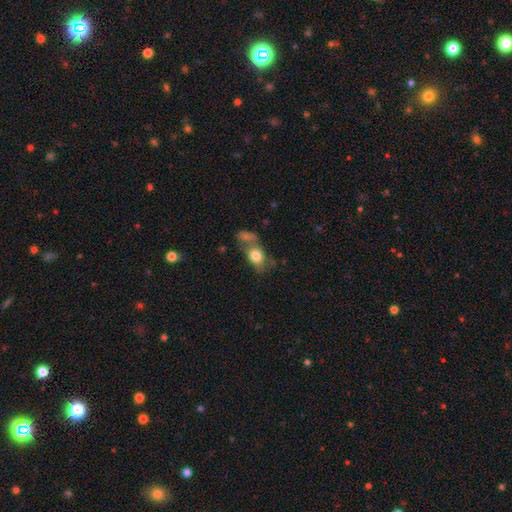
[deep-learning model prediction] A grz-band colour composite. It shows a smooth galaxy with no disk features (77%) that is in between round and cigar-shaped (68%). Merging: none (39%).